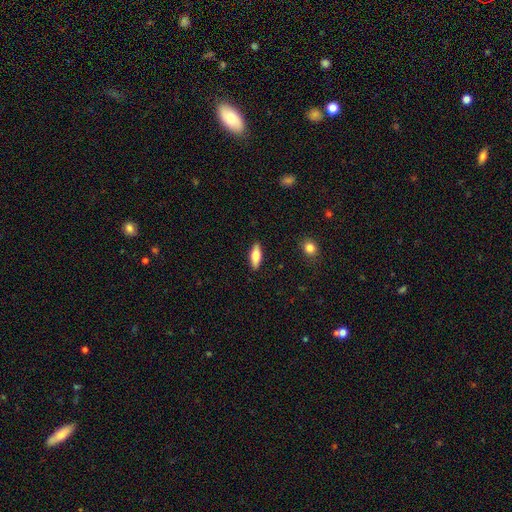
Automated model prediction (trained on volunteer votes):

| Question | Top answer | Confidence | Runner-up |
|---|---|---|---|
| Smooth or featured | smooth | 67% | featured or disk (27%) |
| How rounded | in between | 63% | cigar-shaped (35%) |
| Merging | none | 89% | minor disturbance (8%) |